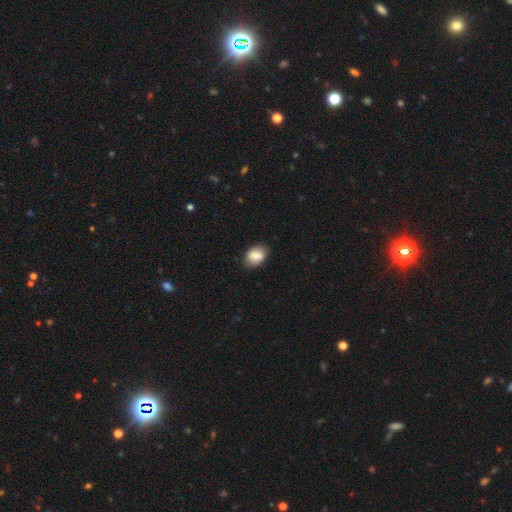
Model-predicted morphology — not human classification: The model was most divided on "merging": none: 79%, minor disturbance: 16%, major disturbance: 3%, merger: 1%. More confident: how rounded — in between (82%); smooth or featured — smooth (81%).